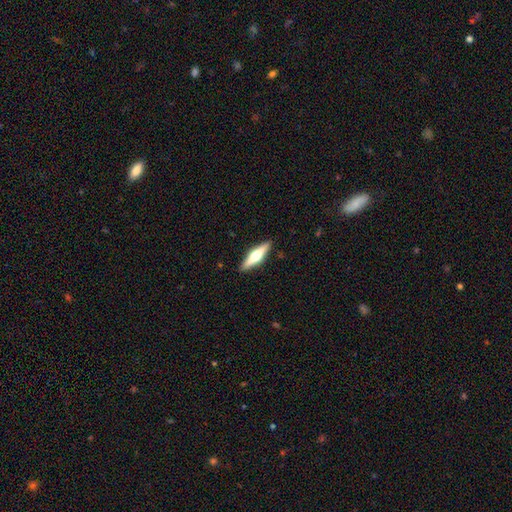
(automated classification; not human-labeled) This appears to be a featured or disk galaxy (60%) viewed edge-on (96%) with a rounded central bulge (94%). Merging: none (91%).